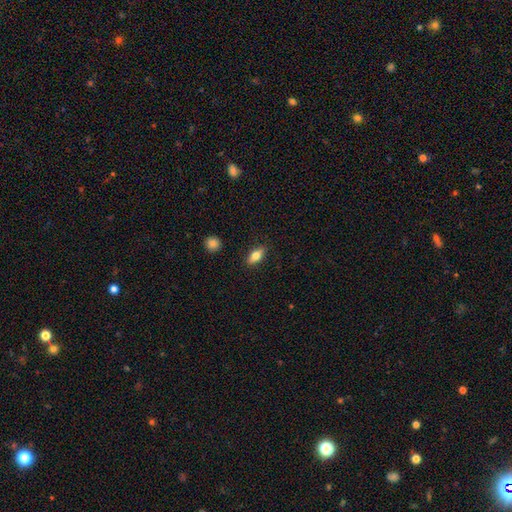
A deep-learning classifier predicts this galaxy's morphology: This is likely a smooth galaxy (74%). How rounded: clearly in between (82%). Merging: clearly none (87%).